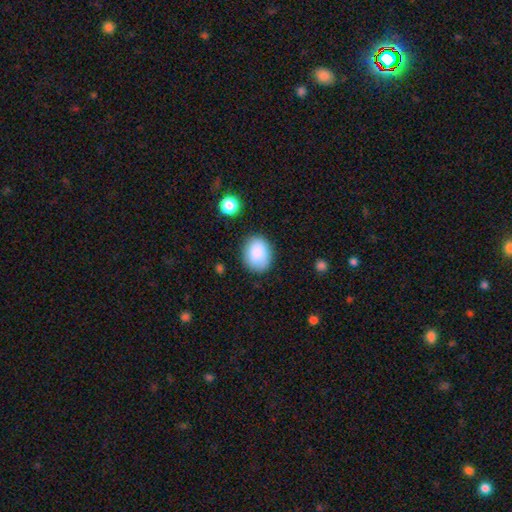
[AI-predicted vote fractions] Smooth or featured? Predicted: smooth (p=0.87). How rounded? Predicted: in between (p=0.57). Merging? Predicted: none (p=0.82).